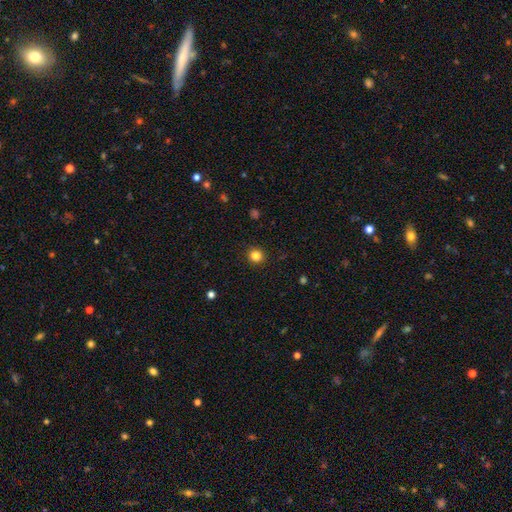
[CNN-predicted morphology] Smooth or featured?
  - smooth: 83% *
  - star or artifact: 13%
  - featured or disk: 4%
How rounded?
  - round: 90% *
  - in between: 9%
  - cigar-shaped: 1%
Merging?
  - none: 92% *
  - minor disturbance: 5%
  - major disturbance: 2%
  - merger: 1%